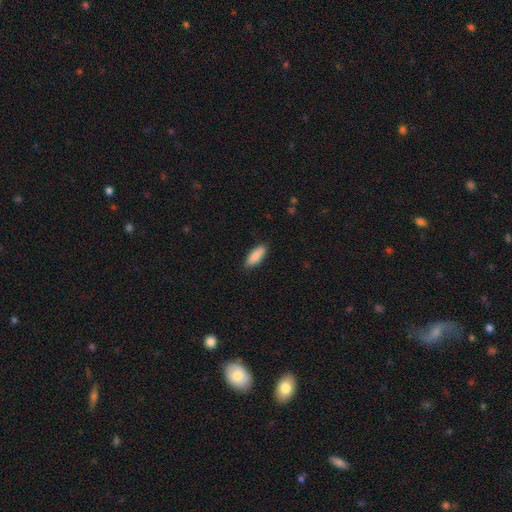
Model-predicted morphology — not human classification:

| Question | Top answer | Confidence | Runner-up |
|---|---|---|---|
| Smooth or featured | smooth | 88% | featured or disk (6%) |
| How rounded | in between | 67% | cigar-shaped (32%) |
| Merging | none | 85% | minor disturbance (12%) |